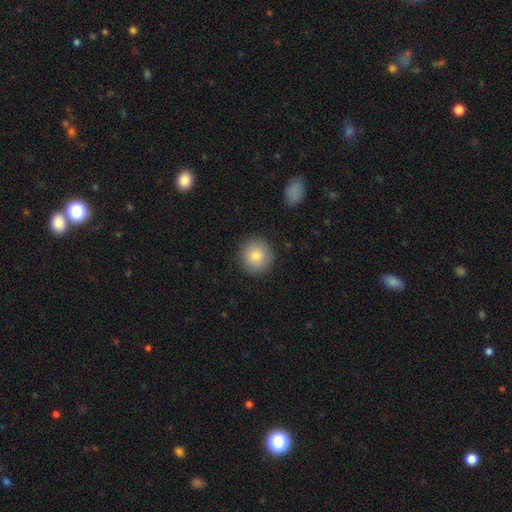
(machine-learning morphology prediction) A smooth galaxy with no disk features (82%) that is round (92%).

Vote fractions:
- Smooth or featured? smooth: 82% / featured or disk: 10% / star or artifact: 8%
- How rounded? round: 92% / in between: 7% / cigar-shaped: 1%
- Merging? none: 89% / minor disturbance: 7% / major disturbance: 2% / merger: 1%